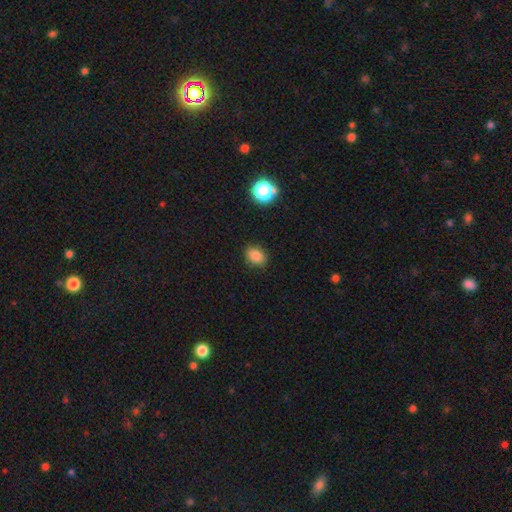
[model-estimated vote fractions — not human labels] A smooth galaxy with no disk features (83%) that is in between round and cigar-shaped (63%). Merging: none (86%).